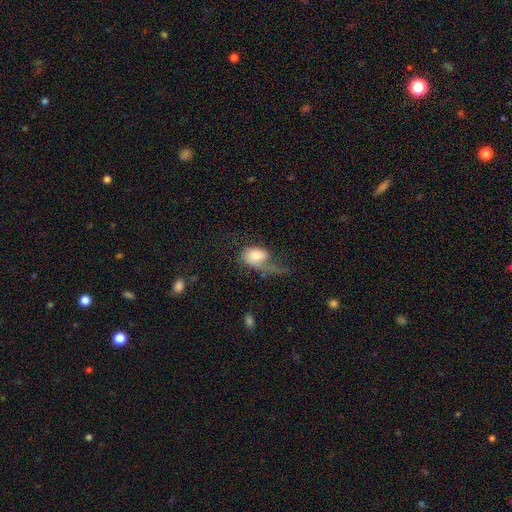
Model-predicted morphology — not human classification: This is likely a smooth galaxy (64%). How rounded: clearly in between (84%). Merging: possibly major disturbance (57%).